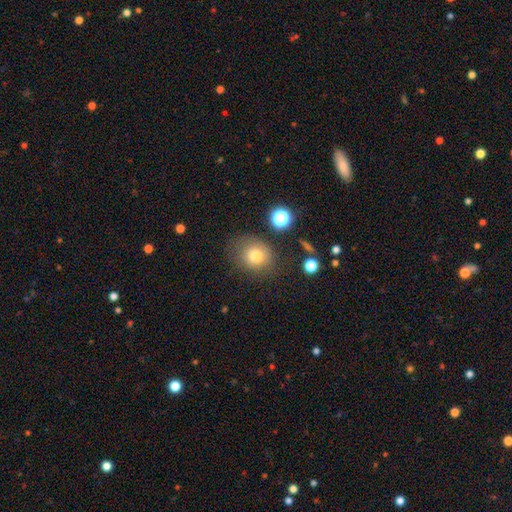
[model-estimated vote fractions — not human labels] Q: Smooth or featured?
A: smooth (77%); runner-up: star or artifact (13%)
Q: How rounded?
A: round (68%); runner-up: in between (31%)
Q: Merging?
A: none (69%); runner-up: minor disturbance (19%)